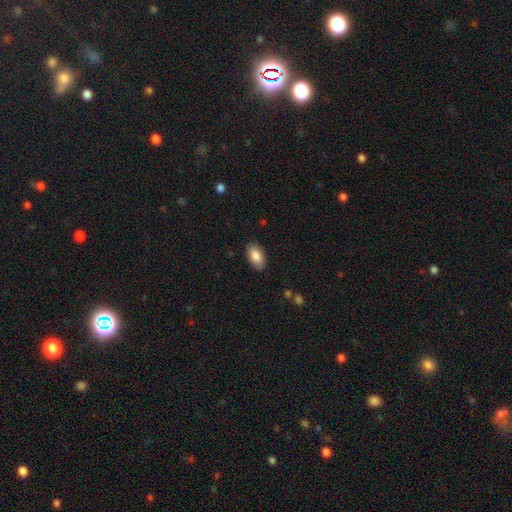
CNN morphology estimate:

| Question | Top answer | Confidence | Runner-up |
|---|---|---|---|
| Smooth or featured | smooth | 86% | featured or disk (8%) |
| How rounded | in between | 94% | round (4%) |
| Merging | none | 88% | minor disturbance (9%) |